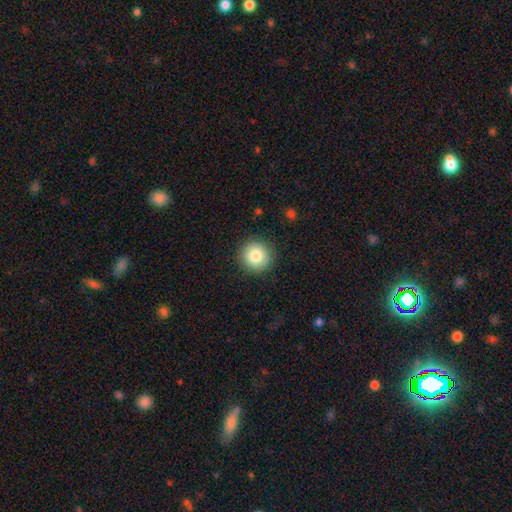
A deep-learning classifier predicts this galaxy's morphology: The model was most divided on "smooth or featured": smooth: 82%, featured or disk: 9%, star or artifact: 9%. More confident: how rounded — round (95%); merging — none (90%).